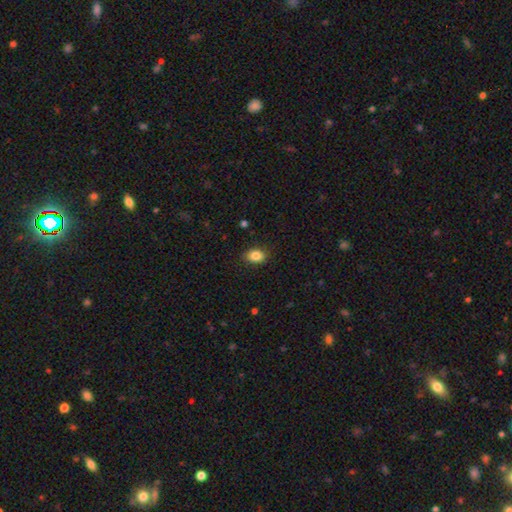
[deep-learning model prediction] smooth 85%, star or artifact 9%, featured or disk 6%. Down the decision tree: how rounded — in between (74%); merging — none (87%).